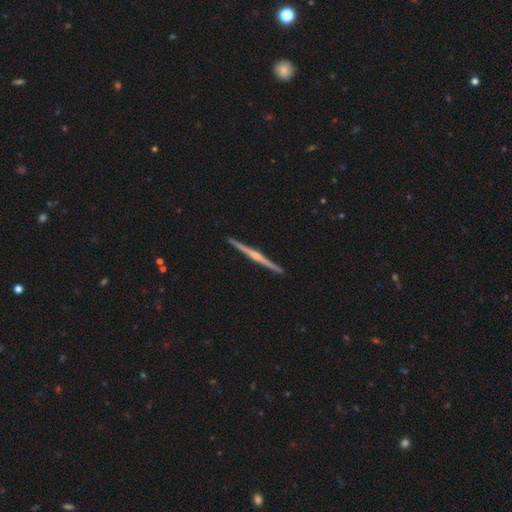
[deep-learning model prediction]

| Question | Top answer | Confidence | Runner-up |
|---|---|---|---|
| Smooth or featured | featured or disk | 83% | smooth (13%) |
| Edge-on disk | yes | 99% | no (1%) |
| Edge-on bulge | rounded | 74% | none (16%) |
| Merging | none | 93% | minor disturbance (4%) |